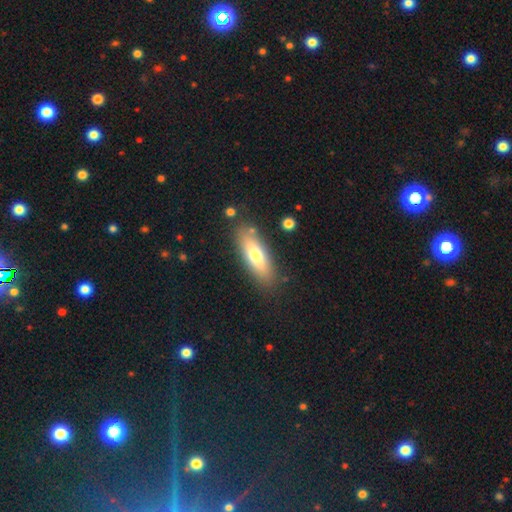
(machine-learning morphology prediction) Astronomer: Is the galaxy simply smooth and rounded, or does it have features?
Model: smooth — 67%.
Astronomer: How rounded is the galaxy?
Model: in between — 57% (runner-up: cigar-shaped, 41%).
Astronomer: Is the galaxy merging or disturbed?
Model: none — 84%.